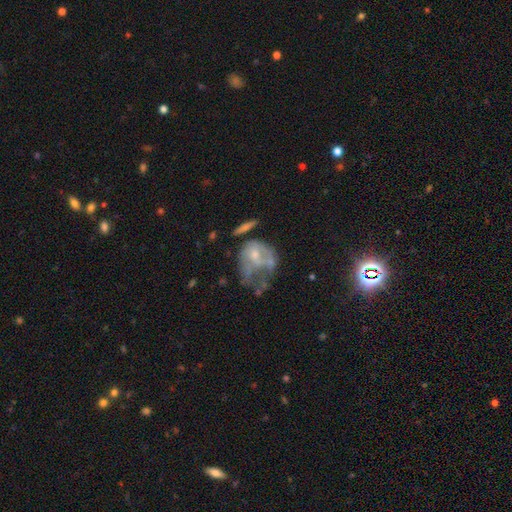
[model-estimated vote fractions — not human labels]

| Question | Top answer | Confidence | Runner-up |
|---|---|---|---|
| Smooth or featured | featured or disk | 51% | smooth (38%) |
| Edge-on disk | no | 97% | yes (3%) |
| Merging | major disturbance | 45% | none (18%) |